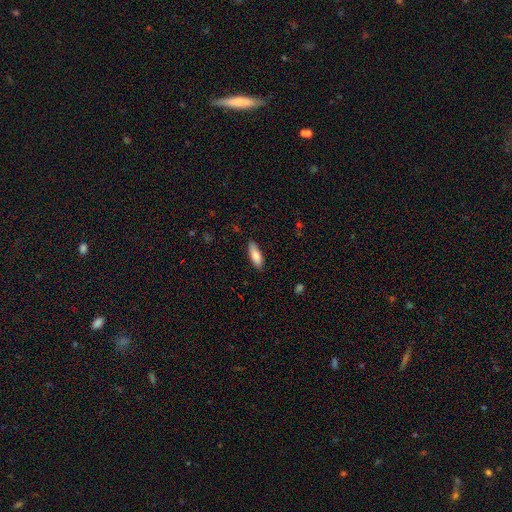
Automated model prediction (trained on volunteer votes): Overall: smooth (84%). How rounded: in between (62%; cigar-shaped 37%). Merging: none (85%).